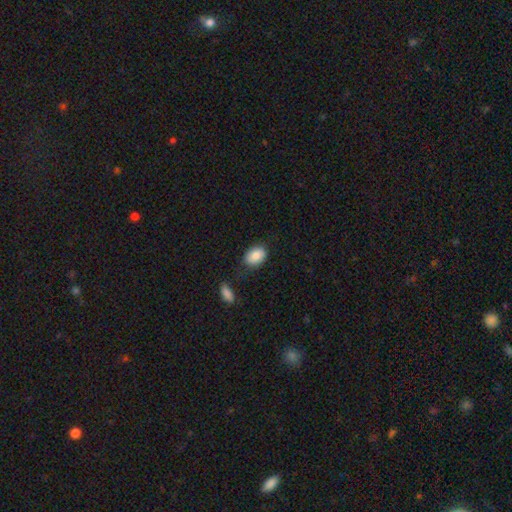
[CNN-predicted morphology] Overall: smooth (87%). How rounded: in between (84%). Merging: none (73%).